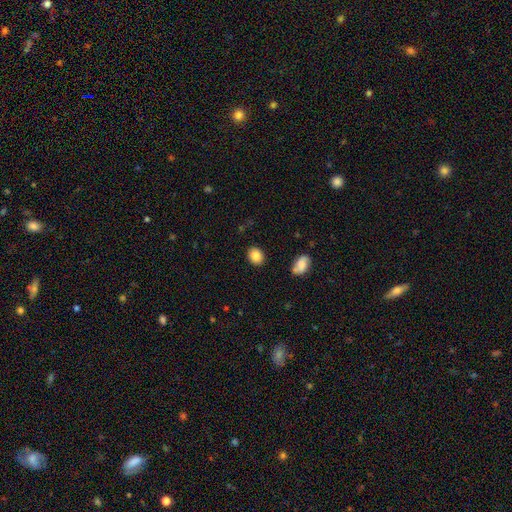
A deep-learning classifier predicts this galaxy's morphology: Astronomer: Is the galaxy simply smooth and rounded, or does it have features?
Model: smooth — 86%.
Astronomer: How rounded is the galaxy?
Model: round — 52% (runner-up: in between, 47%).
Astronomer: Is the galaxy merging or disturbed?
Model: none — 87%.